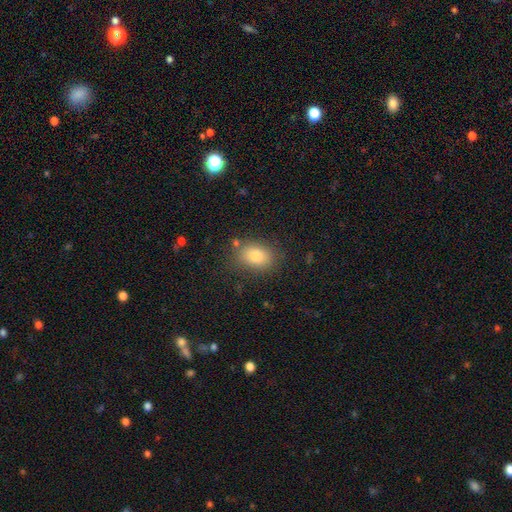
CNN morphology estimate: This is clearly a smooth galaxy (83%). How rounded: likely in between (75%). Merging: clearly none (80%).